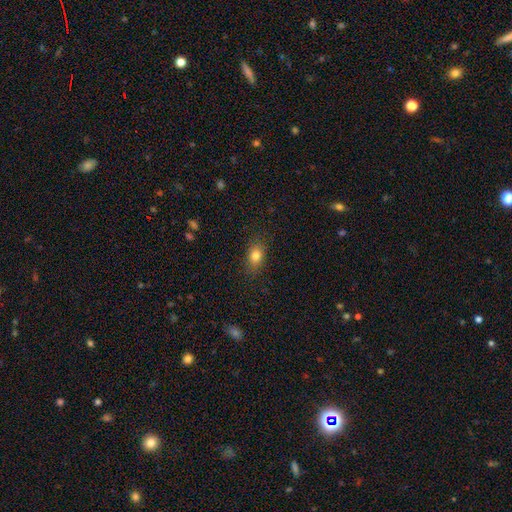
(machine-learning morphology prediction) smooth-or-featured: smooth: 80% | star or artifact: 11% | featured or disk: 9%
  how-rounded: in between: 77% | round: 19% | cigar-shaped: 3%
  merging: none: 85% | minor disturbance: 11% | major disturbance: 3% | merger: 1%